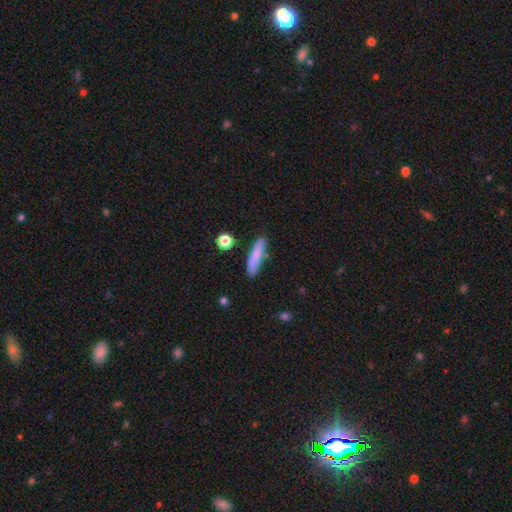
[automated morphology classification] smooth_or_featured: smooth (p=0.78) [alt: featured or disk p=0.15]
how_rounded: cigar-shaped (p=0.79) [alt: in between p=0.18]
merging: none (p=0.79) [alt: minor disturbance p=0.14]